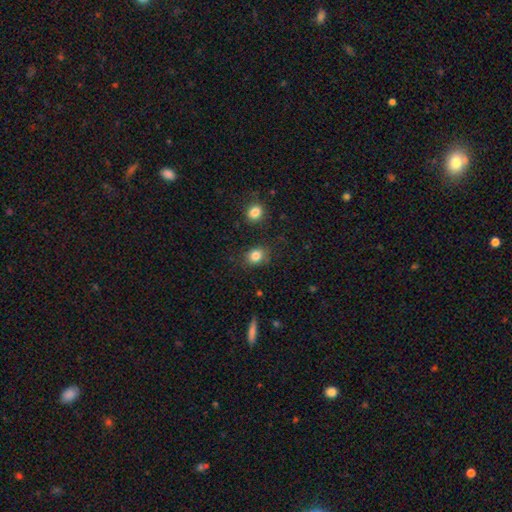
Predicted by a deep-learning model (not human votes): The model was most divided on "how rounded": round: 59%, in between: 40%, cigar-shaped: 1%. More confident: smooth or featured — smooth (84%); merging — none (82%).